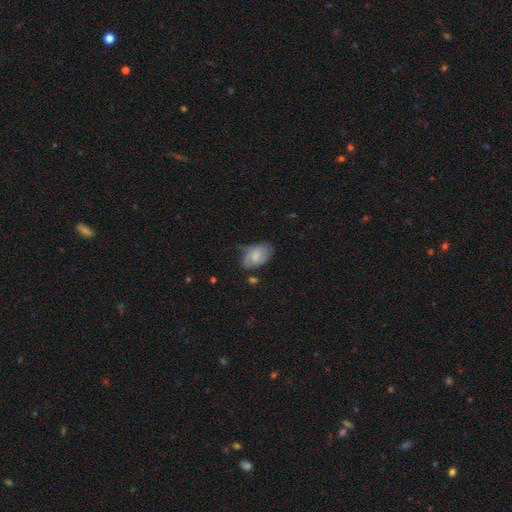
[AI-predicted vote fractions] A smooth galaxy with no disk features (65%) that is in between round and cigar-shaped (89%). Merging: none (50%).